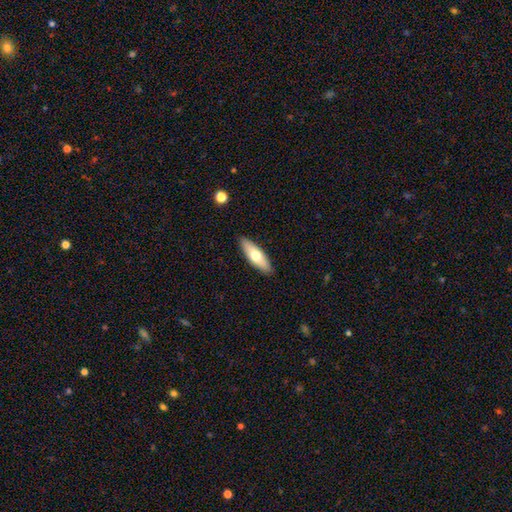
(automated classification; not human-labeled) Smooth or featured? smooth (65%)
How rounded? in between (54%)
Merging? none (89%)